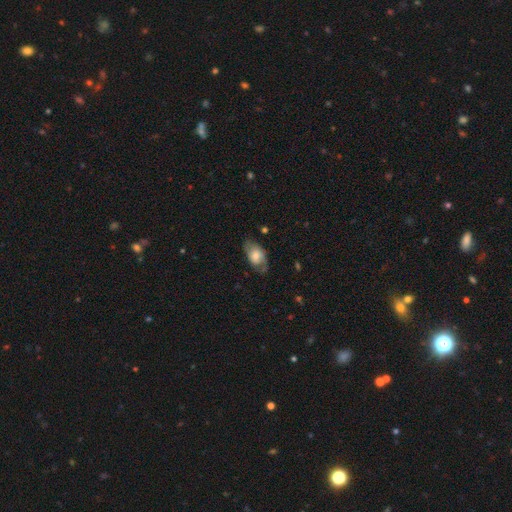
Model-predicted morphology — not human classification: Smooth or featured?
  - smooth: 47% *
  - featured or disk: 46%
  - star or artifact: 7%
Merging?
  - none: 63% *
  - minor disturbance: 25%
  - major disturbance: 11%
  - merger: 1%